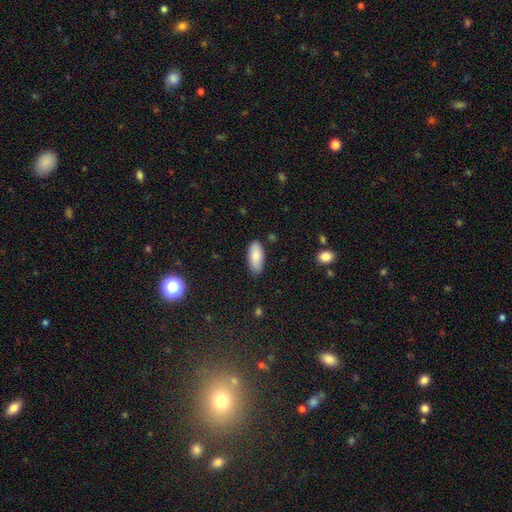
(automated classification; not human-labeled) Smooth or featured?
  - smooth: 86% *
  - featured or disk: 7%
  - star or artifact: 6%
How rounded?
  - in between: 88% *
  - cigar-shaped: 10%
  - round: 2%
Merging?
  - none: 83% *
  - minor disturbance: 13%
  - major disturbance: 2%
  - merger: 2%